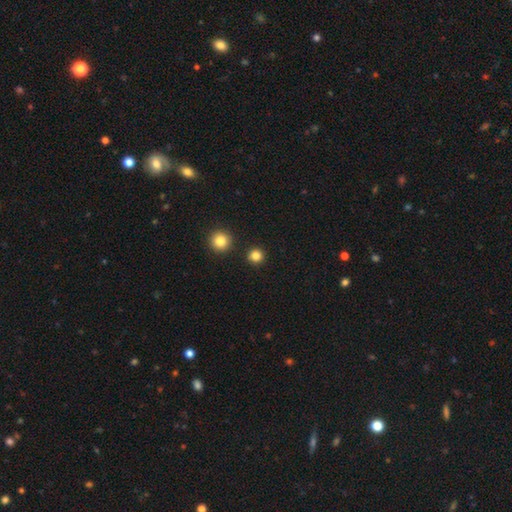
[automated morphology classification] A smooth galaxy with no disk features (83%) that is round (94%). Merging: none (91%).